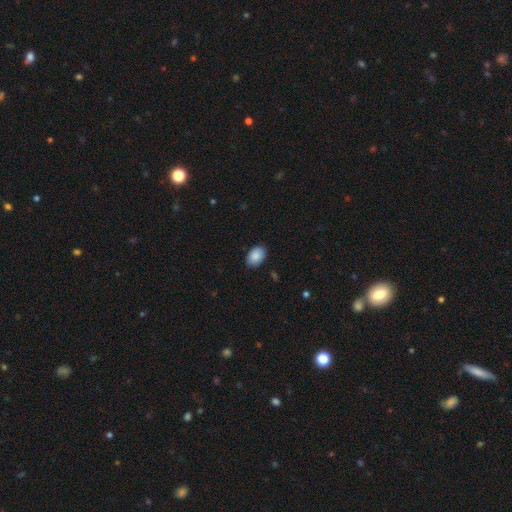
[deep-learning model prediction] smooth-or-featured: smooth: 89% | star or artifact: 7% | featured or disk: 4%
  how-rounded: in between: 85% | round: 14% | cigar-shaped: 1%
  merging: none: 87% | minor disturbance: 10% | major disturbance: 2% | merger: 1%